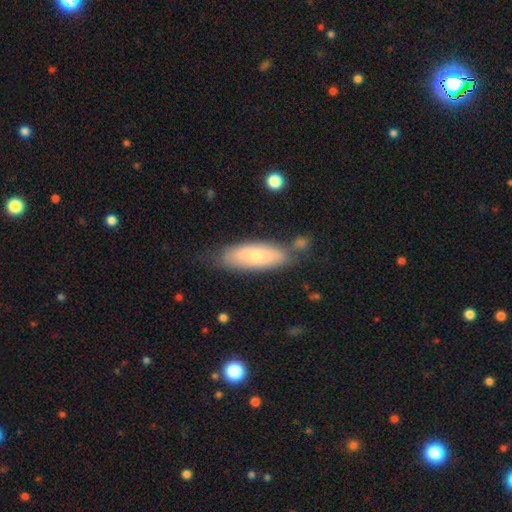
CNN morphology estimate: A smooth galaxy with no disk features (60%) that is in between round and cigar-shaped (68%). Merging: none (66%).